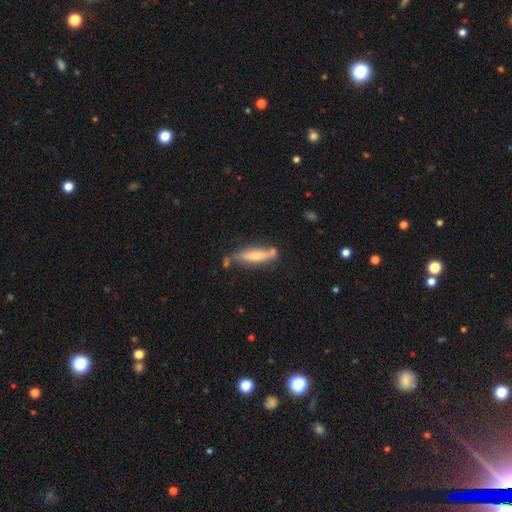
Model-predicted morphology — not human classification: Q: Smooth or featured?
A: smooth (56%); runner-up: featured or disk (38%)
Q: How rounded?
A: cigar-shaped (77%); runner-up: in between (21%)
Q: Merging?
A: none (63%); runner-up: minor disturbance (20%)